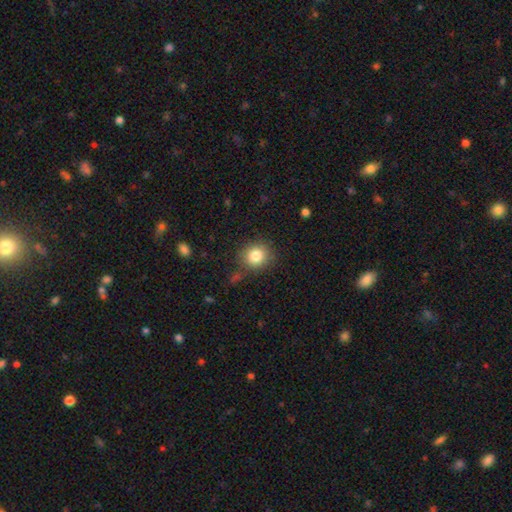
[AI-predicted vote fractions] The model was most divided on "how rounded": round: 84%, in between: 15%, cigar-shaped: 1%. More confident: smooth or featured — smooth (84%); merging — none (81%).